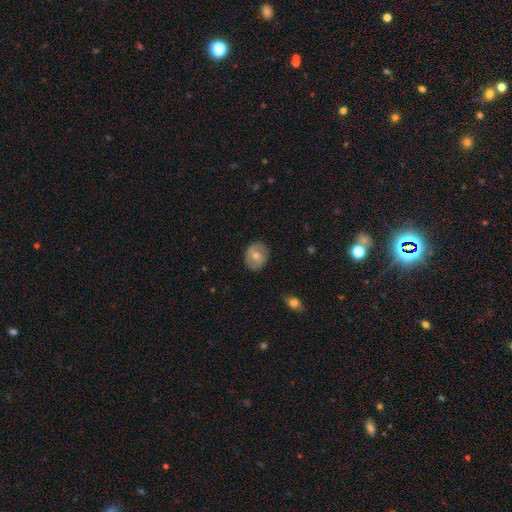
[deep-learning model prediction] Q: Smooth or featured?
A: smooth (63%); runner-up: featured or disk (30%)
Q: How rounded?
A: round (72%); runner-up: in between (27%)
Q: Merging?
A: none (85%); runner-up: minor disturbance (12%)